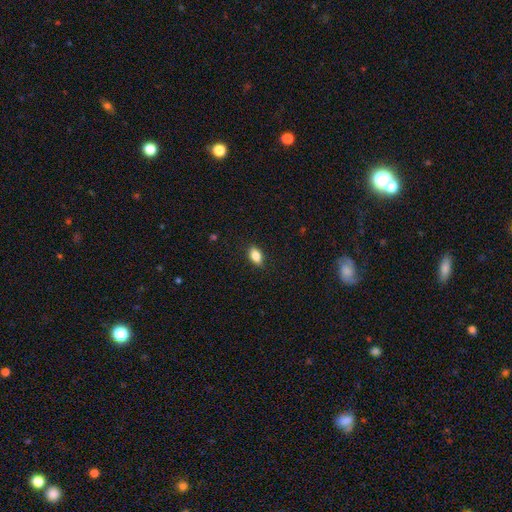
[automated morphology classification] Overall: smooth (83%). How rounded: in between (86%). Merging: none (87%).